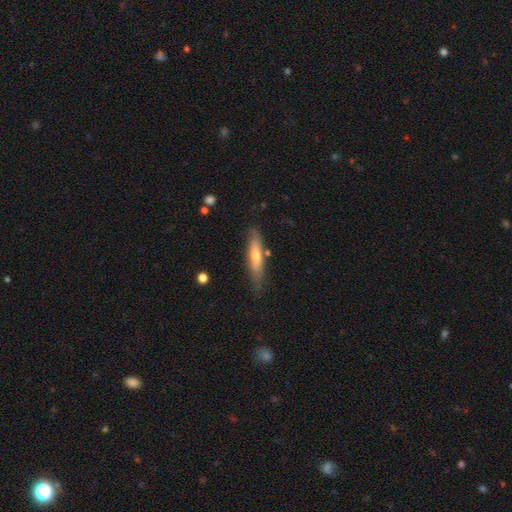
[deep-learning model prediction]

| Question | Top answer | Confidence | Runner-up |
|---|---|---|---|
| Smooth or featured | smooth | 55% | featured or disk (39%) |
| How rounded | cigar-shaped | 81% | in between (17%) |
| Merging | none | 77% | minor disturbance (16%) |